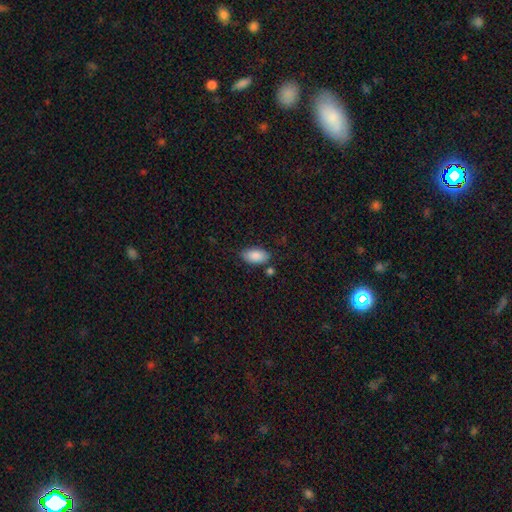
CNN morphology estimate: Q: Smooth or featured?
A: smooth (88%); runner-up: star or artifact (7%)
Q: How rounded?
A: in between (94%); runner-up: cigar-shaped (3%)
Q: Merging?
A: none (78%); runner-up: minor disturbance (13%)